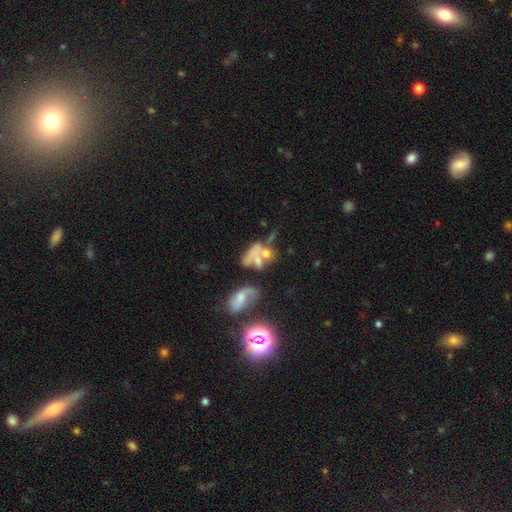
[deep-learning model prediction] Smooth or featured: smooth — 45% (featured or disk — 40%)
Merging: merger — 51% (major disturbance — 20%)